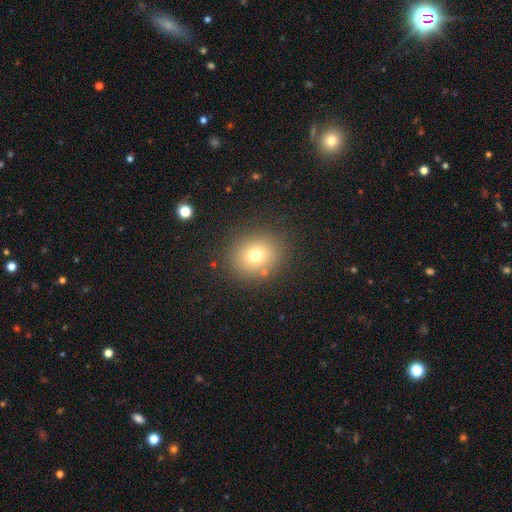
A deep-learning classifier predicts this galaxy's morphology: Smooth or featured: smooth — 73% (star or artifact — 15%)
How rounded: round — 75% (in between — 24%)
Merging: none — 85% (minor disturbance — 9%)